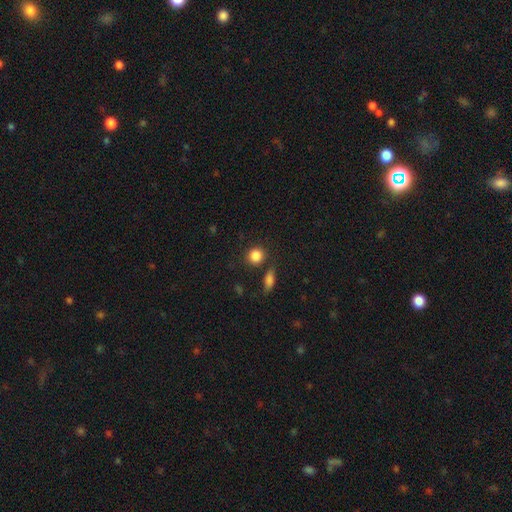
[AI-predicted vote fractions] Overall: smooth (86%). How rounded: round (85%). Merging: none (79%).